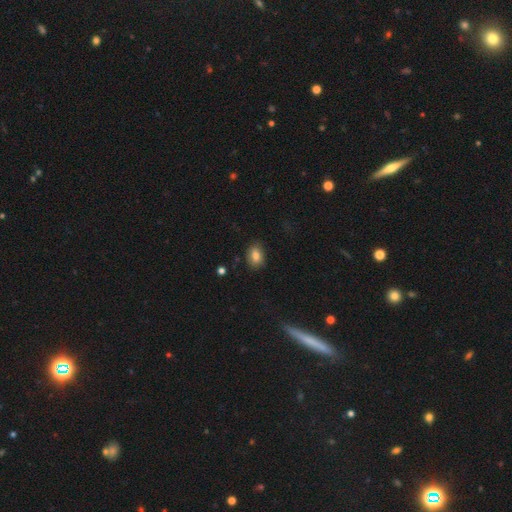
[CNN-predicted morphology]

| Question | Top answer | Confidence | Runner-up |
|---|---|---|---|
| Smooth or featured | smooth | 82% | star or artifact (9%) |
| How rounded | in between | 74% | round (24%) |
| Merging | none | 80% | minor disturbance (15%) |